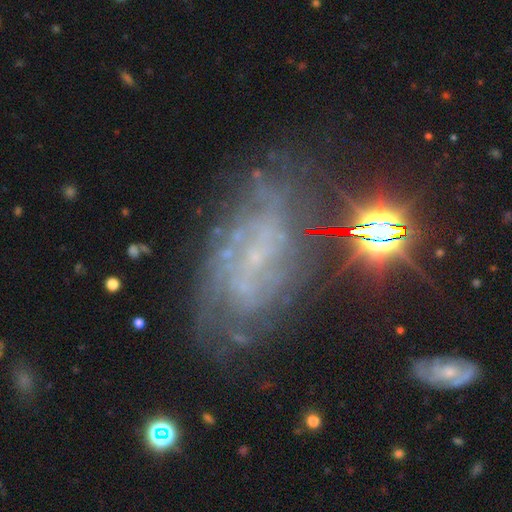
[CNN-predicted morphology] Smooth or featured: featured or disk — 72% (star or artifact — 14%)
Edge-on disk: no — 93% (yes — 7%)
Bar: no — 53% (weak — 35%)
Spiral arms: yes — 79% (no — 21%)
Spiral winding: tight — 47% (medium — 35%)
Spiral arm count: can't tell — 53% (2 — 21%)
Bulge size: small — 64% (none — 27%)
Merging: none — 61% (minor disturbance — 20%)